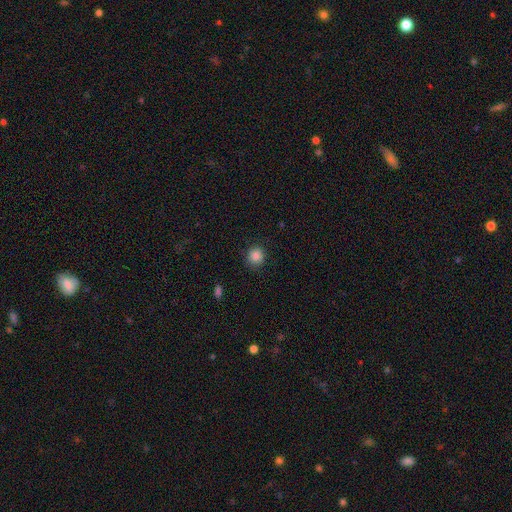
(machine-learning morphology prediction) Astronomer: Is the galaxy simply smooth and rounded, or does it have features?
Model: smooth — 86%.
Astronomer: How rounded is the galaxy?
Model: round — 89%.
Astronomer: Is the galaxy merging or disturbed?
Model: none — 88%.